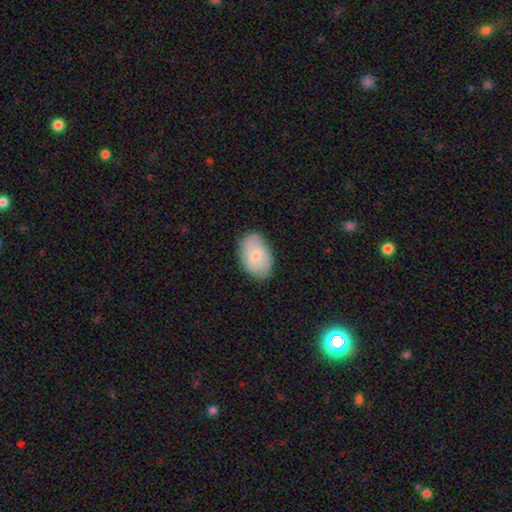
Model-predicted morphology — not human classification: Smooth or featured: smooth — 57% (featured or disk — 37%)
How rounded: in between — 86% (round — 13%)
Merging: none — 78% (minor disturbance — 17%)